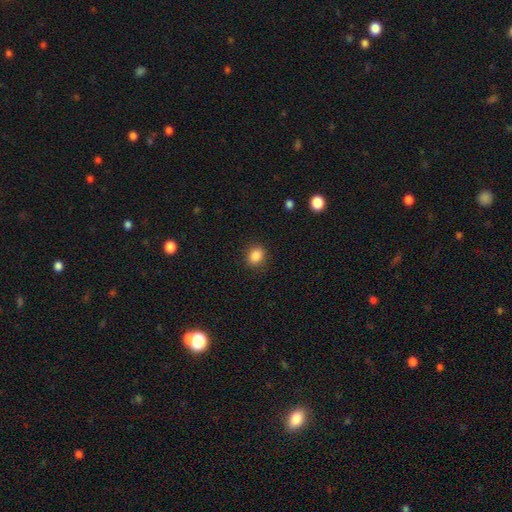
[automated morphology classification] smooth_or_featured: smooth (p=0.86) [alt: star or artifact p=0.10]
how_rounded: round (p=0.57) [alt: in between p=0.42]
merging: none (p=0.89) [alt: minor disturbance p=0.08]